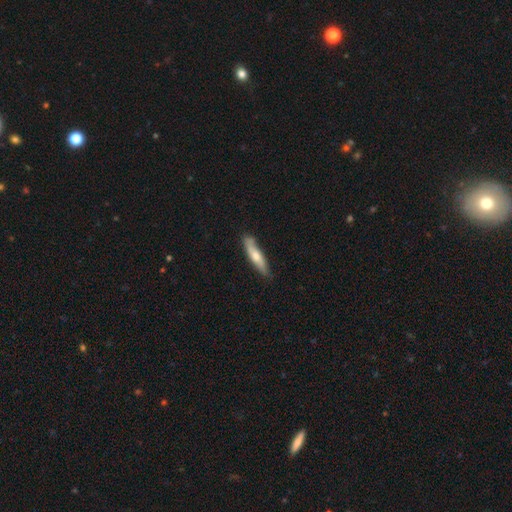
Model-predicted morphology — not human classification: smooth-or-featured: smooth: 61% | featured or disk: 33% | star or artifact: 5%
  how-rounded: cigar-shaped: 80% | in between: 18% | round: 2%
  merging: none: 77% | minor disturbance: 18% | major disturbance: 3% | merger: 2%